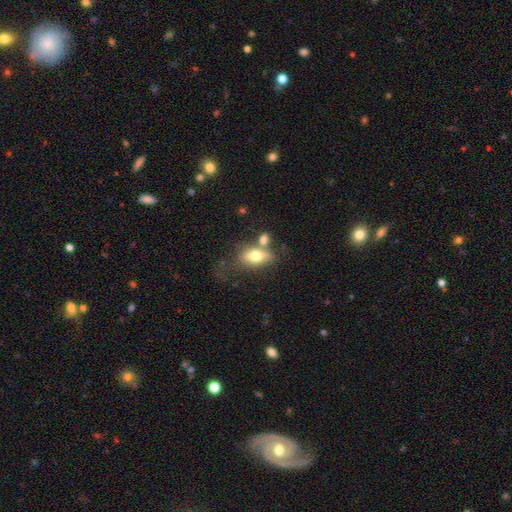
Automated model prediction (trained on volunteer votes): Morphology: type=smooth (71%); roundness=in between (84%); merging=none (42%).